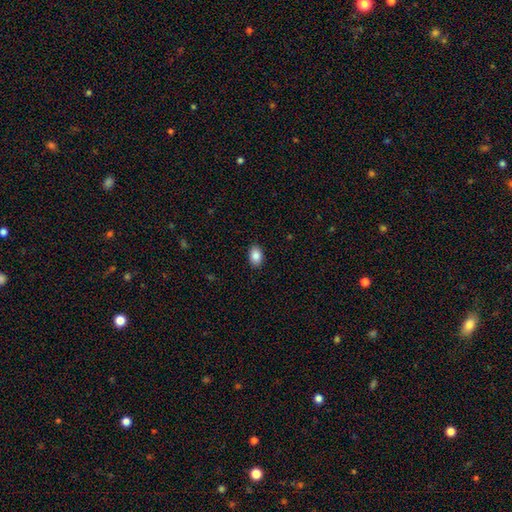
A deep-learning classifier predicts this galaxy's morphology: smooth_or_featured: smooth (p=0.87) [alt: star or artifact p=0.08]
how_rounded: in between (p=0.86) [alt: round p=0.13]
merging: none (p=0.90) [alt: minor disturbance p=0.07]